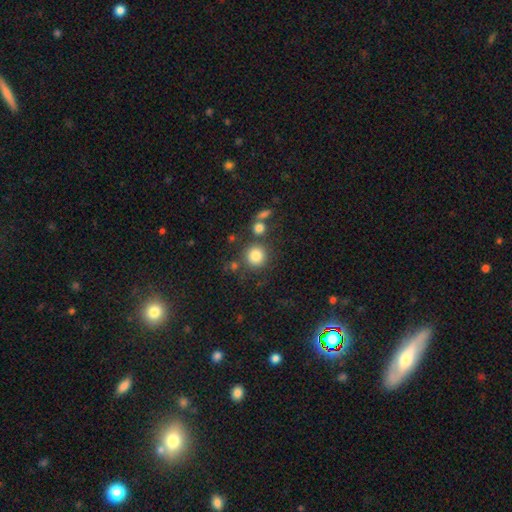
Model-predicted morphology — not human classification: Overall: smooth (83%). How rounded: round (92%). Merging: none (76%).